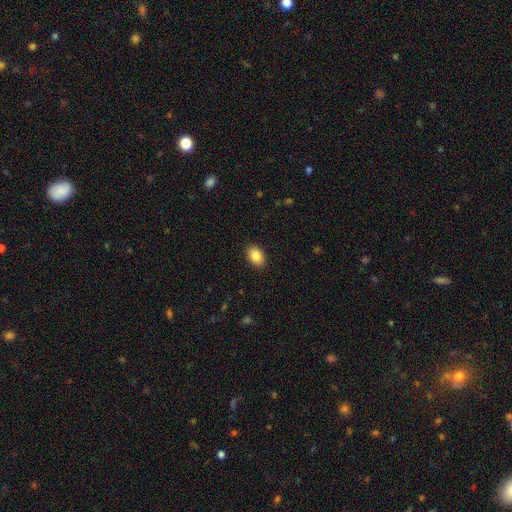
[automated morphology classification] Smooth or featured: smooth — 87% (star or artifact — 8%)
How rounded: in between — 85% (round — 14%)
Merging: none — 90% (minor disturbance — 7%)